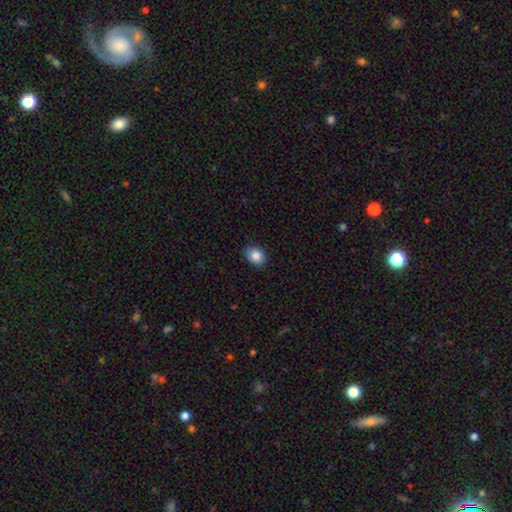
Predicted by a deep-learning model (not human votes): The model was most divided on "how rounded": in between: 54%, round: 45%, cigar-shaped: 1%. More confident: smooth or featured — smooth (87%); merging — none (84%).